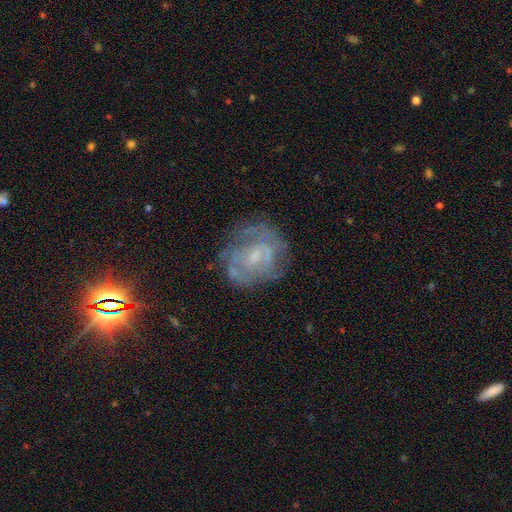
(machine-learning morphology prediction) featured or disk 64%, smooth 19%, star or artifact 17%. Down the decision tree: edge-on disk — no (97%); bar — no (53%); spiral arms — yes (59%); bulge size — small (53%); merging — none (67%).